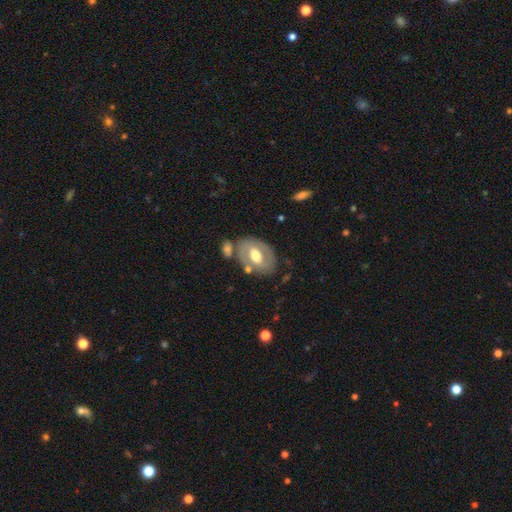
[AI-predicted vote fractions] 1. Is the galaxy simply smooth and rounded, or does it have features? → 50% featured or disk, 44% smooth, 6% star or artifact.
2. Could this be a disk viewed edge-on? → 90% no, 10% yes.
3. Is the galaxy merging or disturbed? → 66% none, 17% minor disturbance, 10% merger, 6% major disturbance.